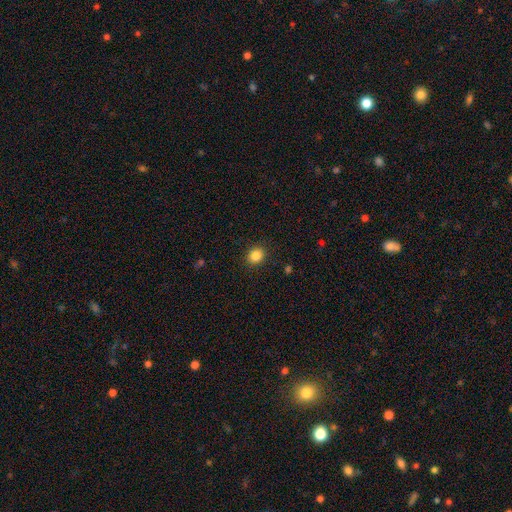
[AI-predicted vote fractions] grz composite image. It shows a smooth galaxy with no disk features (85%) that is round (68%). Merging: none (90%).